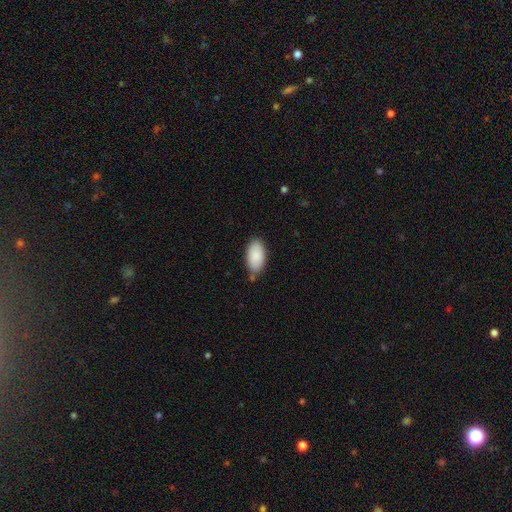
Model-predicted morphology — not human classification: Smooth or featured?
  - smooth: 88% *
  - featured or disk: 6%
  - star or artifact: 6%
How rounded?
  - in between: 95% *
  - round: 2%
  - cigar-shaped: 2%
Merging?
  - none: 77% *
  - minor disturbance: 16%
  - merger: 3%
  - major disturbance: 3%